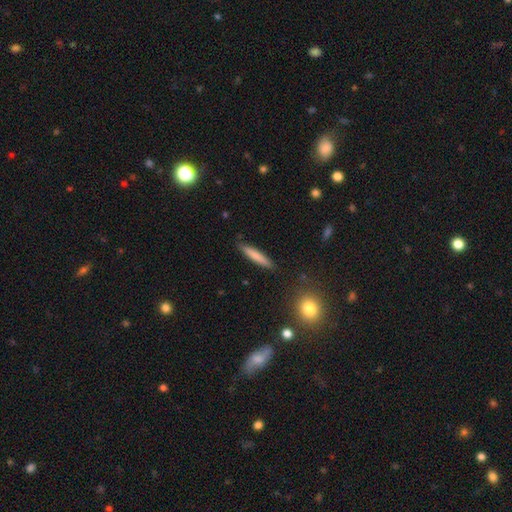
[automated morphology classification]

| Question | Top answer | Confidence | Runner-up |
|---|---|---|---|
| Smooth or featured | smooth | 76% | featured or disk (18%) |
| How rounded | cigar-shaped | 91% | in between (8%) |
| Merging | none | 88% | minor disturbance (9%) |